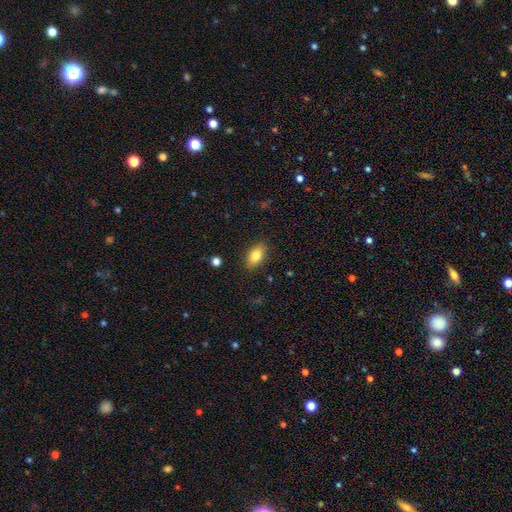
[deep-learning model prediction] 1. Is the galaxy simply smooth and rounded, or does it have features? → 80% smooth, 12% featured or disk, 8% star or artifact.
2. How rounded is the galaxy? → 86% in between, 9% round, 5% cigar-shaped.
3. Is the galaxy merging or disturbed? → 86% none, 10% minor disturbance, 3% major disturbance, 1% merger.